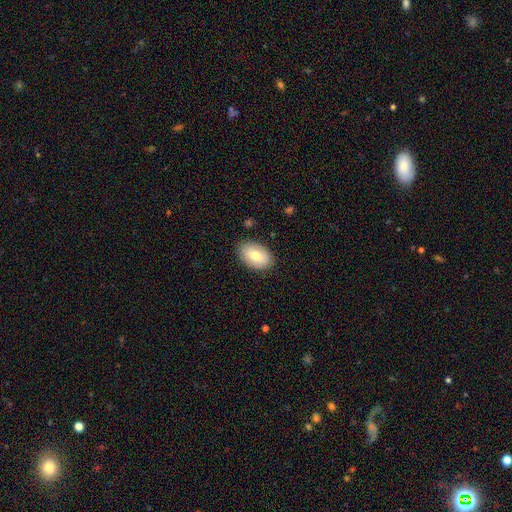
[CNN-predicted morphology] This appears to be a smooth galaxy with no disk features (73%) that is in between round and cigar-shaped (89%). Merging: none (84%).